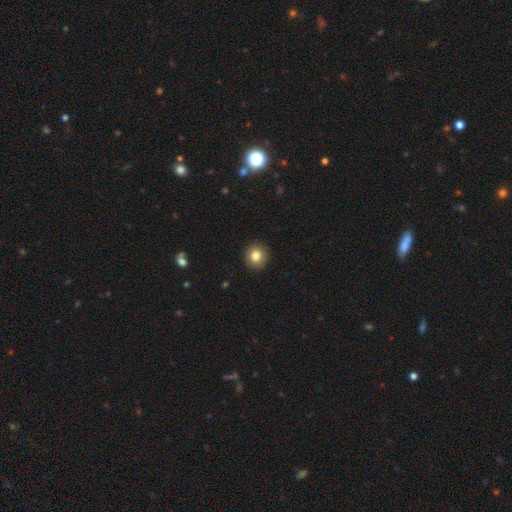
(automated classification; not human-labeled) Smooth or featured? smooth (82%)
How rounded? round (93%)
Merging? none (92%)